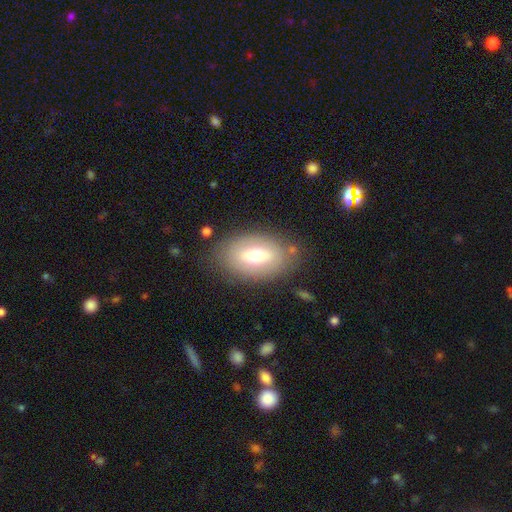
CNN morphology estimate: type=smooth (58%); roundness=in between (89%); merging=none (78%).